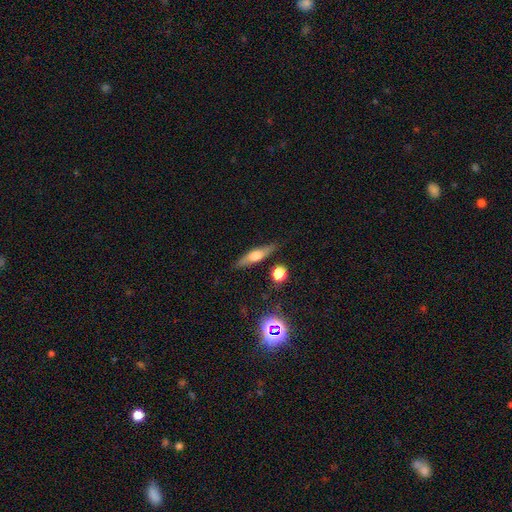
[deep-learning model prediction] featured or disk 50%, smooth 42%, star or artifact 8%. Down the decision tree: merging — none (85%).